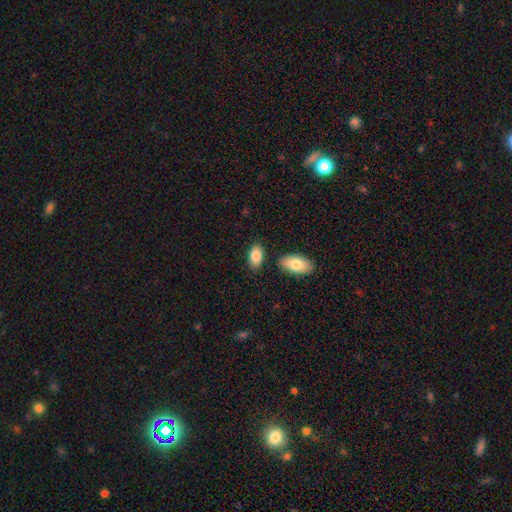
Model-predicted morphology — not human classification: The model was most divided on "merging": none: 78%, minor disturbance: 11%, merger: 8%, major disturbance: 3%. More confident: how rounded — in between (93%); smooth or featured — smooth (85%).